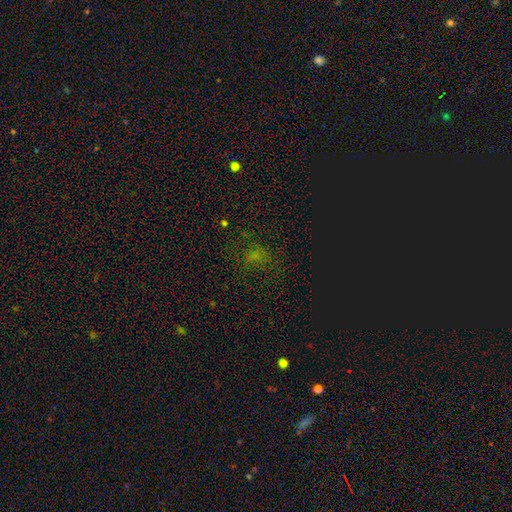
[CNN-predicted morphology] The model was most divided on "smooth or featured": star or artifact: 47%, smooth: 39%, featured or disk: 14%.